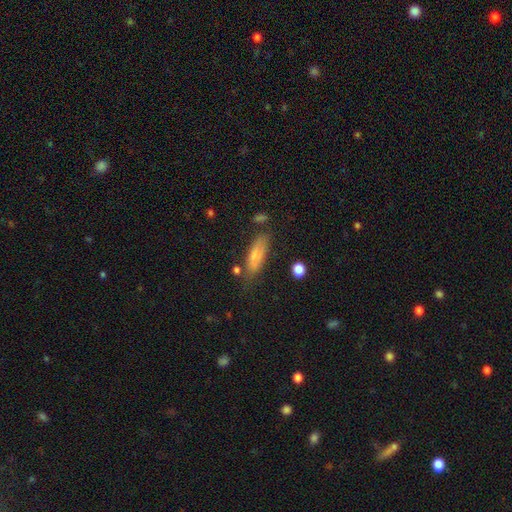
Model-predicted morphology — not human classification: Smooth or featured? Predicted: smooth (p=0.71). How rounded? Predicted: in between (p=0.58). Merging? Predicted: none (p=0.65).